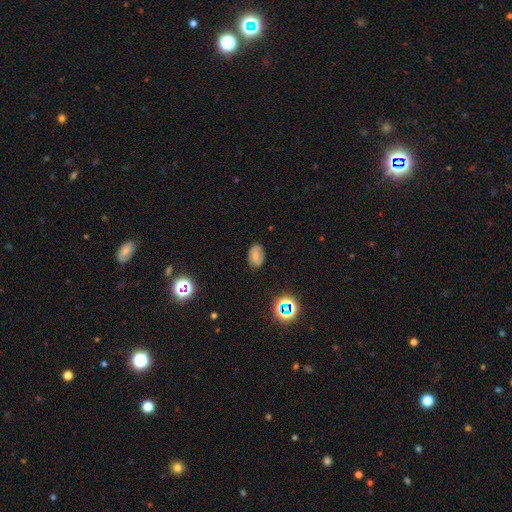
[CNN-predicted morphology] The model was most divided on "smooth or featured": smooth: 61%, featured or disk: 23%, star or artifact: 16%. More confident: how rounded — in between (84%); merging — none (81%).